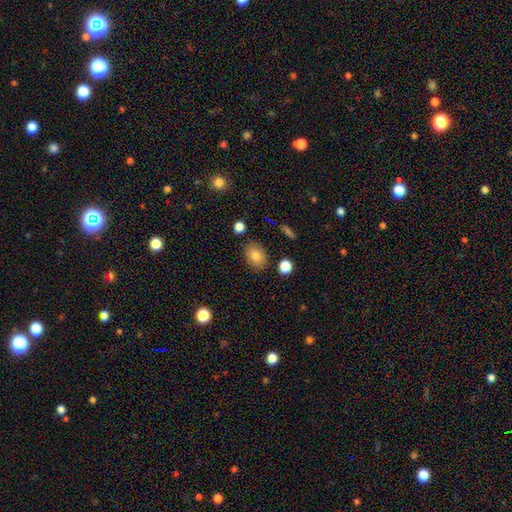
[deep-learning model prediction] Smooth or featured?
  - smooth: 81% *
  - featured or disk: 10%
  - star or artifact: 9%
How rounded?
  - in between: 75% *
  - round: 24%
  - cigar-shaped: 1%
Merging?
  - none: 83% *
  - minor disturbance: 11%
  - merger: 3%
  - major disturbance: 3%